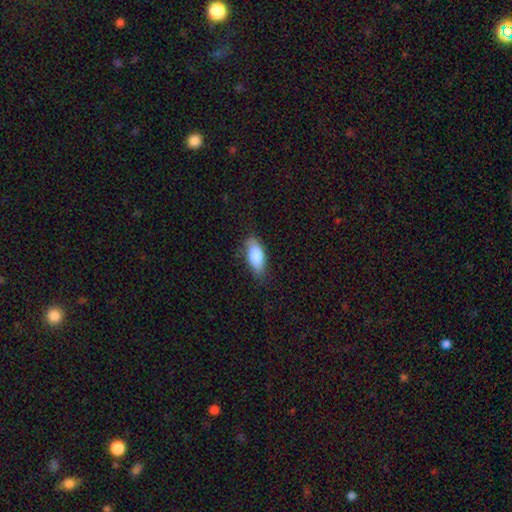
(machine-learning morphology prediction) Smooth or featured? Predicted: smooth (p=0.84). How rounded? Predicted: in between (p=0.85). Merging? Predicted: none (p=0.77).